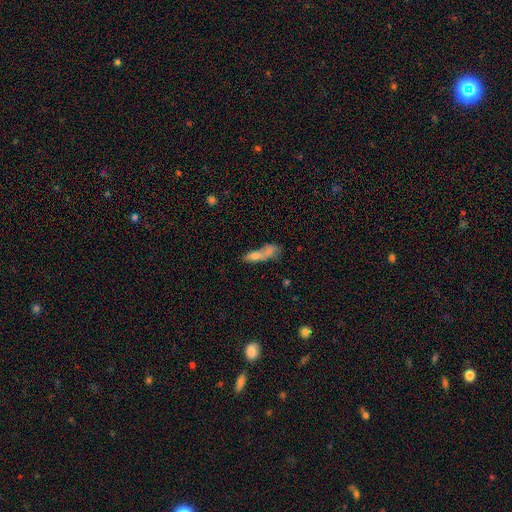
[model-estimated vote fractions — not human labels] Overall: smooth (69%). How rounded: in between (61%; cigar-shaped 29%). Merging: merger (67%).